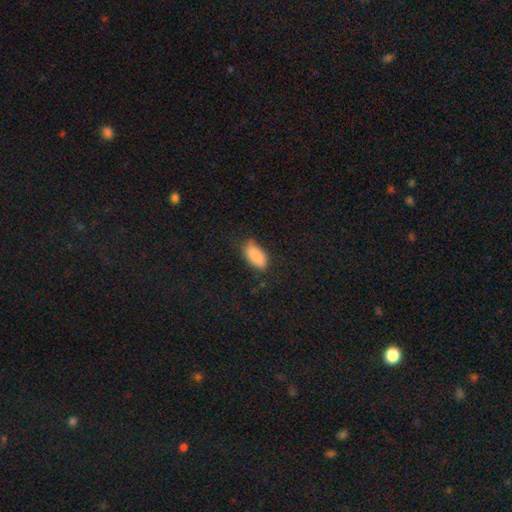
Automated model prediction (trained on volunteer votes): Overall: smooth (87%). How rounded: in between (90%). Merging: none (65%; minor disturbance 27%).